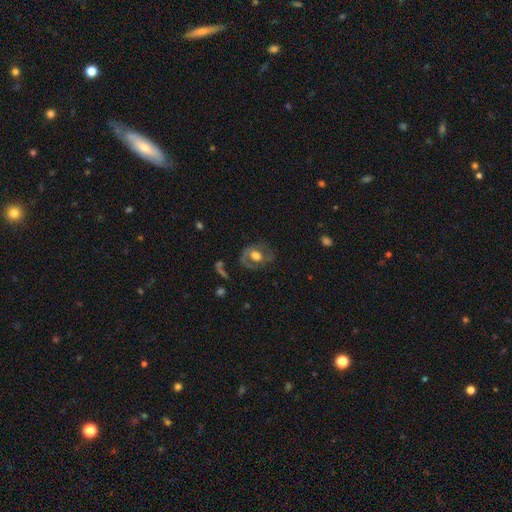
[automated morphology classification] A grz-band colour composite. It shows a featured or disk galaxy (53%) with no bar (72%), no spiral arms (60%) and a moderate central bulge (46%). Merging: none (60%).